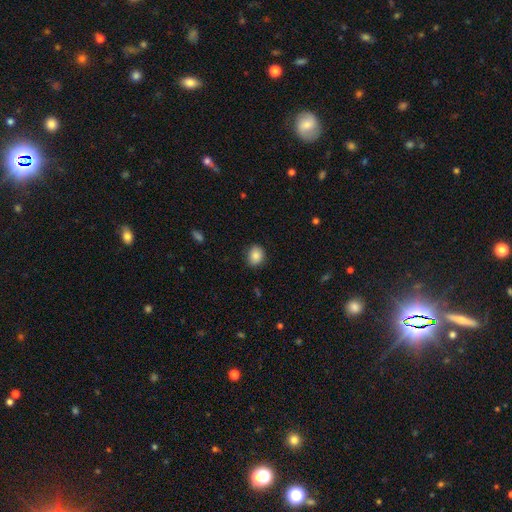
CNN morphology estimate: A smooth galaxy with no disk features (86%) that is round (54%).

Vote fractions:
- Smooth or featured? smooth: 86% / star or artifact: 9% / featured or disk: 5%
- How rounded? round: 54% / in between: 45% / cigar-shaped: 1%
- Merging? none: 86% / minor disturbance: 11% / major disturbance: 2% / merger: 1%